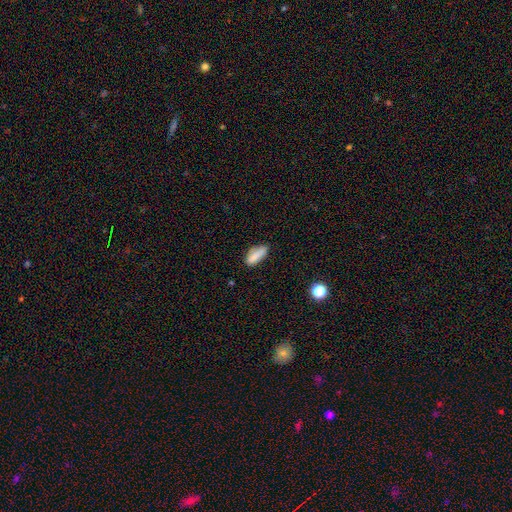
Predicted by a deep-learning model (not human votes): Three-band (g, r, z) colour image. It shows a smooth galaxy with no disk features (84%) that is in between round and cigar-shaped (68%). Merging: none (68%).